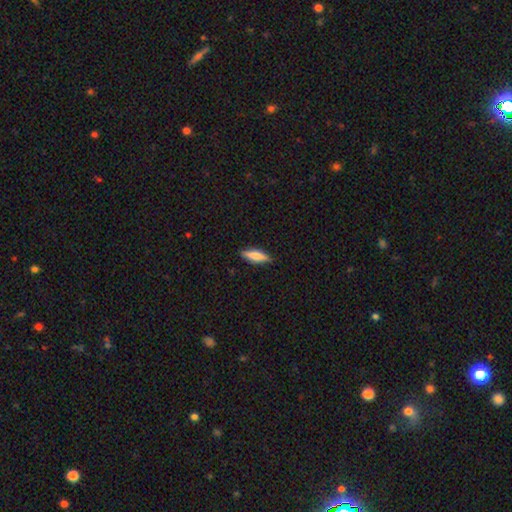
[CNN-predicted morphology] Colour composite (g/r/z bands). It shows a smooth galaxy with no disk features (71%) that is cigar-shaped (60%). Merging: none (88%).